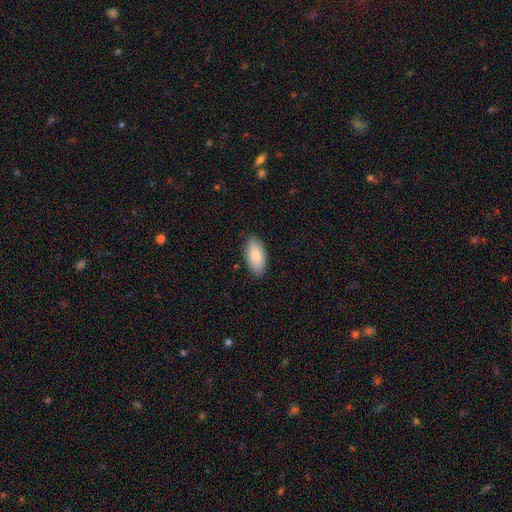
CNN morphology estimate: smooth-or-featured: smooth: 83% | featured or disk: 11% | star or artifact: 6%
  how-rounded: in between: 94% | cigar-shaped: 4% | round: 2%
  merging: none: 88% | minor disturbance: 9% | major disturbance: 2% | merger: 1%